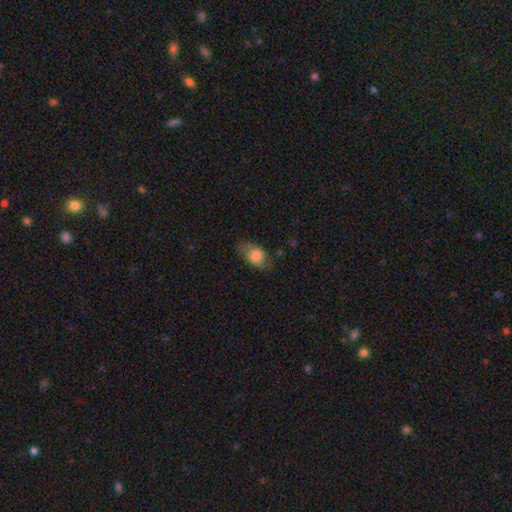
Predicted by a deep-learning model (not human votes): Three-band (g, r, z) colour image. It shows a smooth galaxy with no disk features (77%) that is in between round and cigar-shaped (82%). Merging: none (64%).